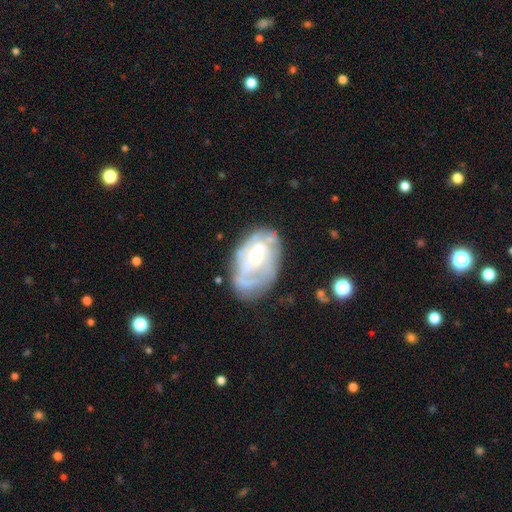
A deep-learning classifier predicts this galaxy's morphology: This appears to be a featured or disk galaxy (71%) with no bar (68%), spiral arms (65%) and a small central bulge (49%). Merging: none (58%).